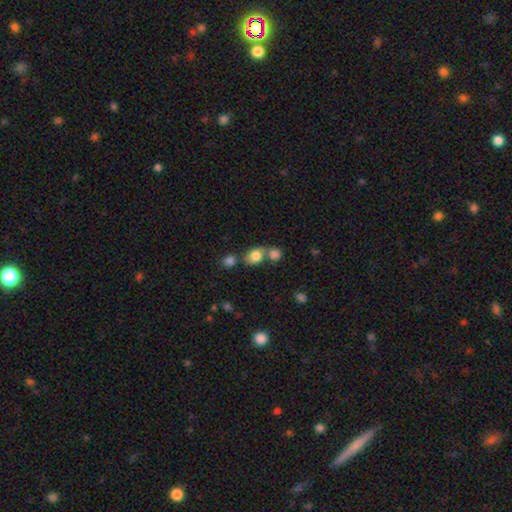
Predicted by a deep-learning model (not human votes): smooth 78%, featured or disk 12%, star or artifact 10%. Down the decision tree: how rounded — in between (58%); merging — none (45%).